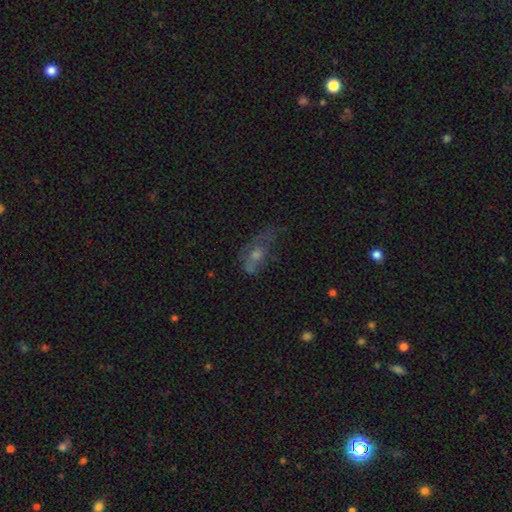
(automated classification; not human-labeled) Smooth or featured: smooth — 46% (featured or disk — 39%)
Merging: major disturbance — 34% (none — 32%)